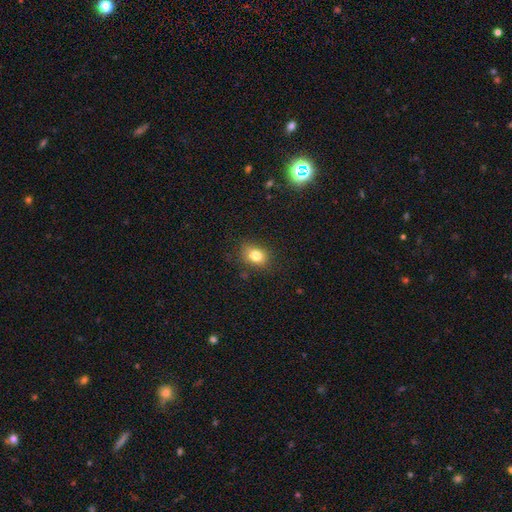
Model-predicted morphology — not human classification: A smooth galaxy with no disk features (81%) that is in between round and cigar-shaped (57%). Merging: none (82%).